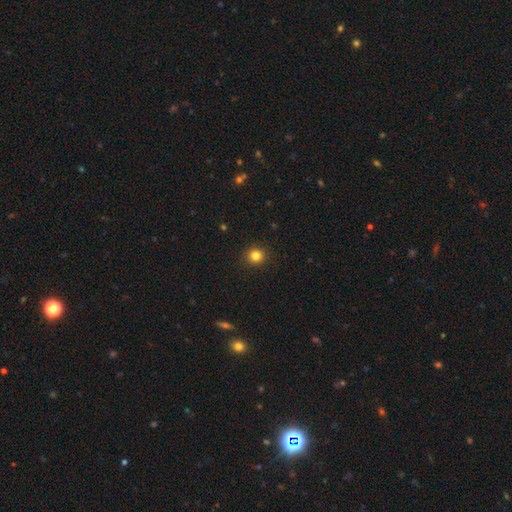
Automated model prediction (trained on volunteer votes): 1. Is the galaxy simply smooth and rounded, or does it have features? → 83% smooth, 13% star or artifact, 5% featured or disk.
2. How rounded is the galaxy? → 89% round, 10% in between, 1% cigar-shaped.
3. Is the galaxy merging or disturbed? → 92% none, 6% minor disturbance, 2% major disturbance, 1% merger.